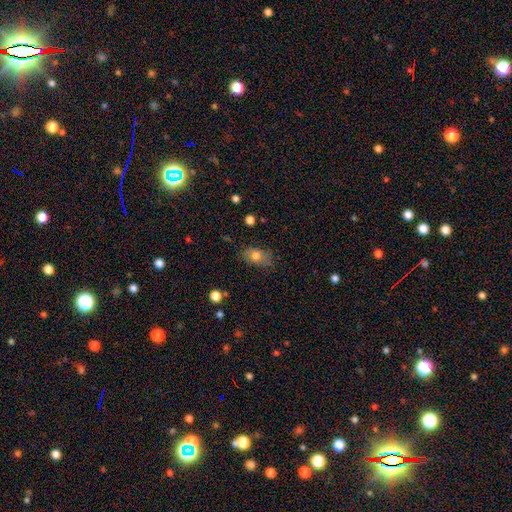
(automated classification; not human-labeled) smooth 77%, featured or disk 14%, star or artifact 9%. Down the decision tree: how rounded — in between (83%); merging — none (74%).